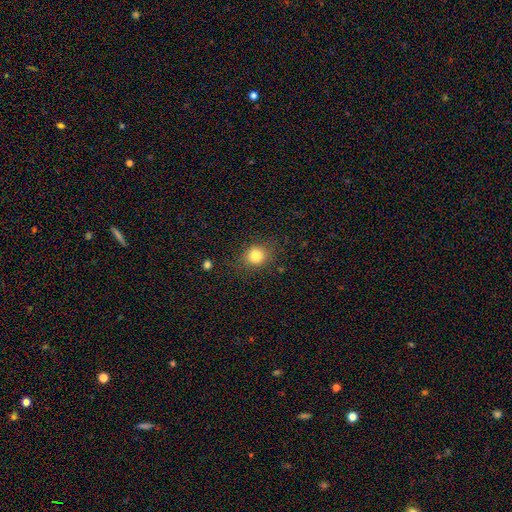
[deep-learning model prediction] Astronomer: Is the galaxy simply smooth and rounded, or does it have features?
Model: smooth — 81%.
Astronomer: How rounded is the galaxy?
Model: round — 79%.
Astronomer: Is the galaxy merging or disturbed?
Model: none — 83%.